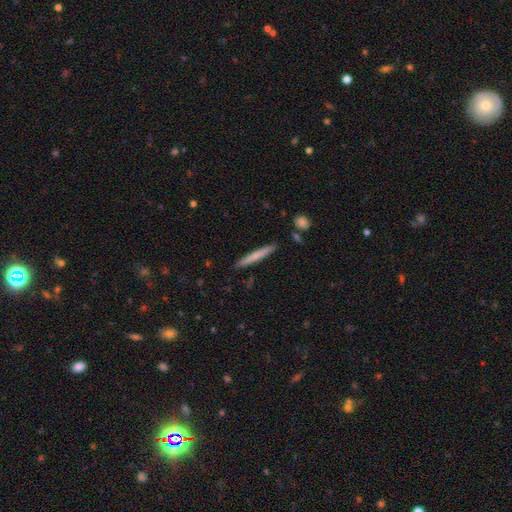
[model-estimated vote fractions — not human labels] smooth 67%, featured or disk 27%, star or artifact 6%. Down the decision tree: how rounded — cigar-shaped (96%); merging — none (89%).